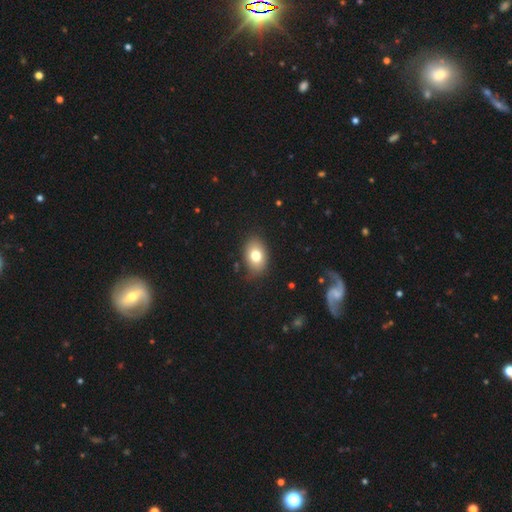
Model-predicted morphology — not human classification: This is likely a smooth galaxy (77%). How rounded: likely in between (77%). Merging: clearly none (83%).